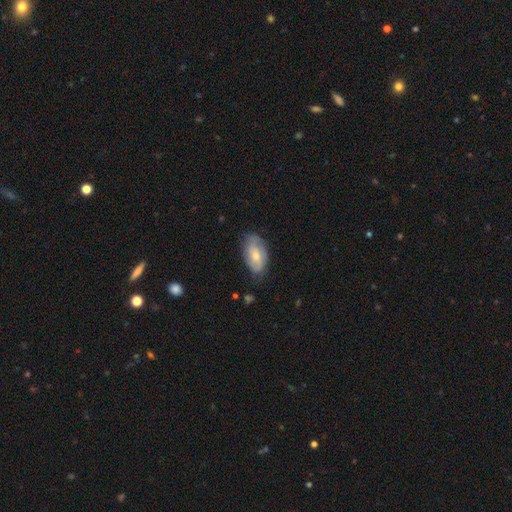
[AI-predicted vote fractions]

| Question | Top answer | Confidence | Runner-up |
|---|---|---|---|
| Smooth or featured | smooth | 49% | featured or disk (45%) |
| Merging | none | 67% | minor disturbance (25%) |